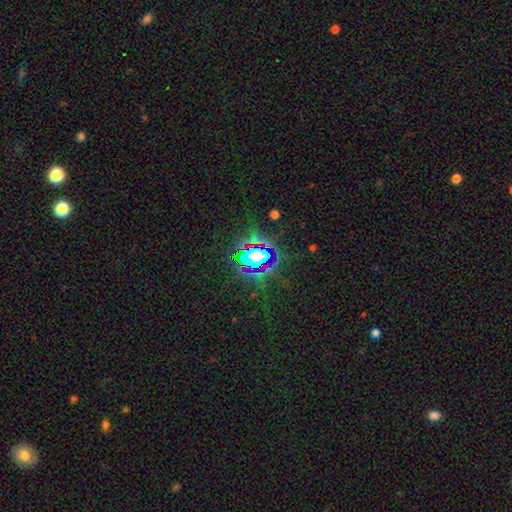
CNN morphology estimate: Smooth or featured?
  - star or artifact: 70% *
  - smooth: 19%
  - featured or disk: 11%